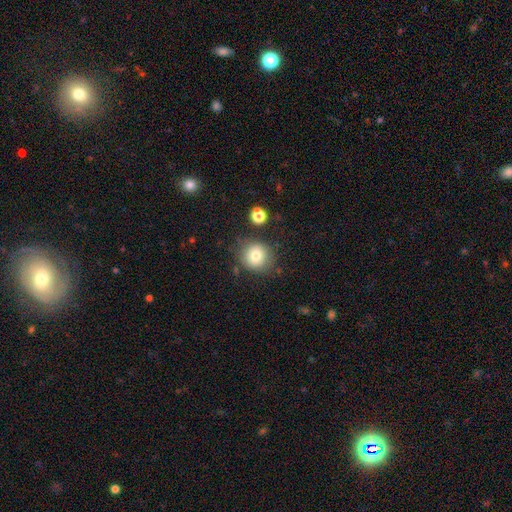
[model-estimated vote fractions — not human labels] The model was most divided on "smooth or featured": smooth: 77%, star or artifact: 12%, featured or disk: 11%. More confident: how rounded — round (90%); merging — none (79%).